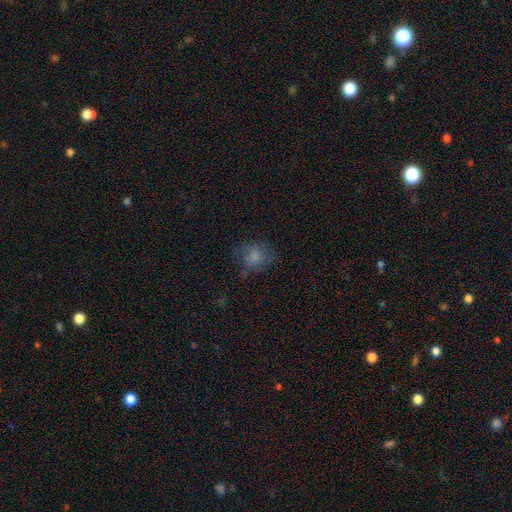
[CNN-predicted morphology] The model was most divided on "merging": none: 59%, minor disturbance: 22%, major disturbance: 17%, merger: 2%. More confident: how rounded — round (68%); smooth or featured — smooth (62%).